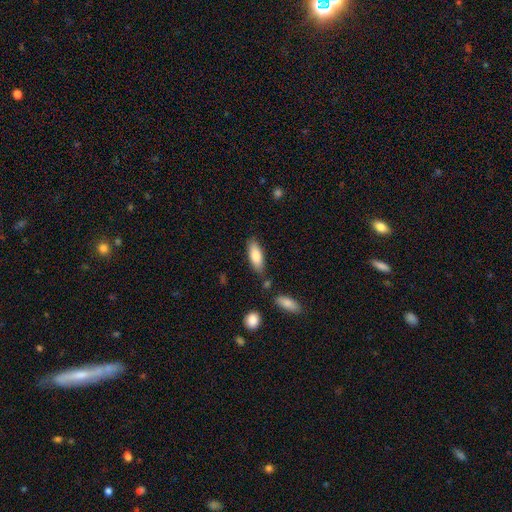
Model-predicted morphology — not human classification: smooth 81%, featured or disk 13%, star or artifact 6%. Down the decision tree: how rounded — in between (70%); merging — none (77%).